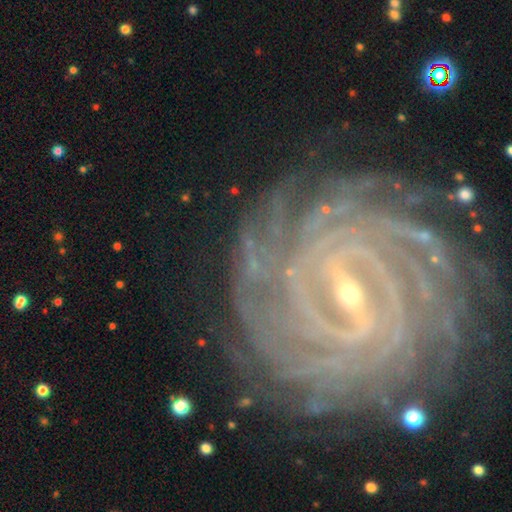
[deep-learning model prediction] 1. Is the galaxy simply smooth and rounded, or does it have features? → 91% featured or disk, 6% star or artifact, 3% smooth.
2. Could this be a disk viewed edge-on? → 97% no, 3% yes.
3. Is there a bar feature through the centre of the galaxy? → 68% strong, 23% weak, 9% no.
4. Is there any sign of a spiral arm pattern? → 98% yes, 2% no.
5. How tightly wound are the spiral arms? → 83% tight, 14% medium, 3% loose.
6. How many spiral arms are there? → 24% more than 4 (tied), 24% 4 (tied), 18% can't tell, 13% 3, 13% 2, 8% 1.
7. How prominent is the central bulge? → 75% small, 21% moderate, 1% large, 1% none, 1% dominant.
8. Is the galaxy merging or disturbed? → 77% none, 14% minor disturbance, 6% major disturbance, 2% merger.